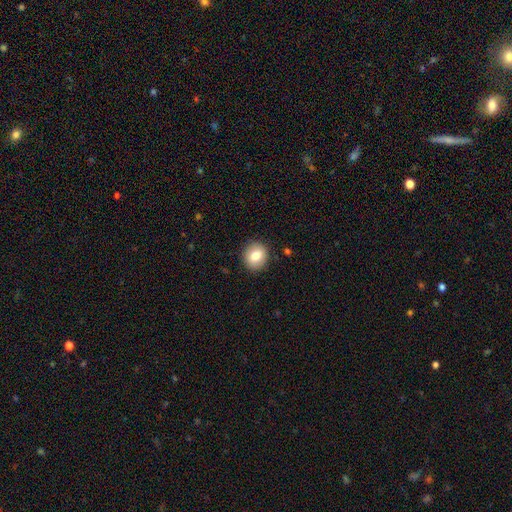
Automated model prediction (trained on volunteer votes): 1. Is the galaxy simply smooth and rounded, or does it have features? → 81% smooth, 10% featured or disk, 9% star or artifact.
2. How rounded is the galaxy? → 82% round, 17% in between, 1% cigar-shaped.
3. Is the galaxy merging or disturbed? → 90% none, 7% minor disturbance, 2% major disturbance, 1% merger.